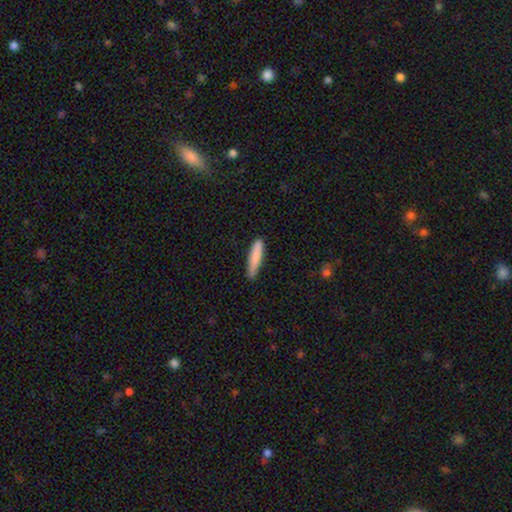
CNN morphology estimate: A smooth galaxy with no disk features (84%) that is cigar-shaped (88%).

Vote fractions:
- Smooth or featured? smooth: 84% / featured or disk: 11% / star or artifact: 6%
- How rounded? cigar-shaped: 88% / in between: 10% / round: 1%
- Merging? none: 83% / minor disturbance: 13% / major disturbance: 2% / merger: 1%